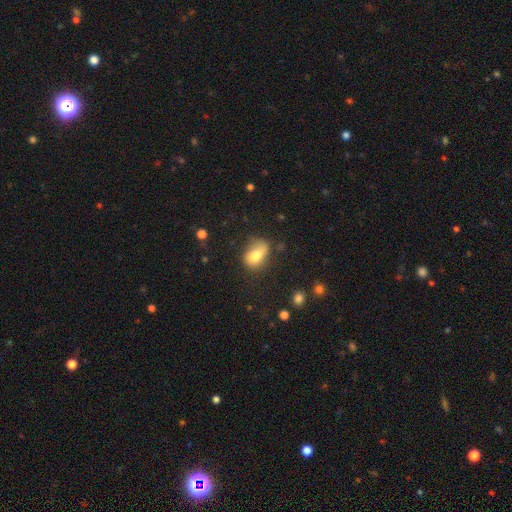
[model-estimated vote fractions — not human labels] A smooth galaxy with no disk features (73%) that is in between round and cigar-shaped (72%). Merging: none (46%).